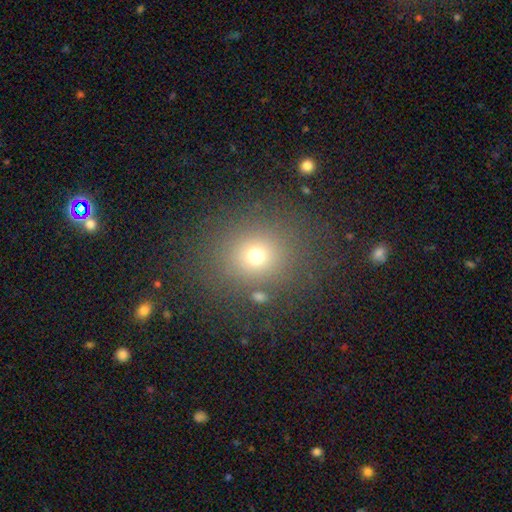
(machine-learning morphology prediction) Overall: smooth (70%). How rounded: round (79%). Merging: none (81%).